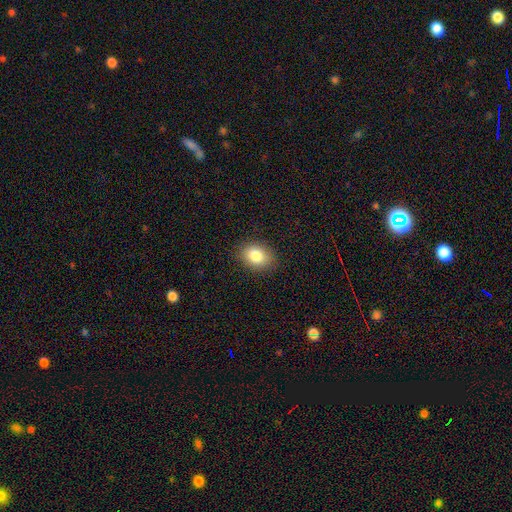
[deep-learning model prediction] Smooth or featured: smooth — 84% (star or artifact — 9%)
How rounded: in between — 70% (round — 29%)
Merging: none — 87% (minor disturbance — 9%)